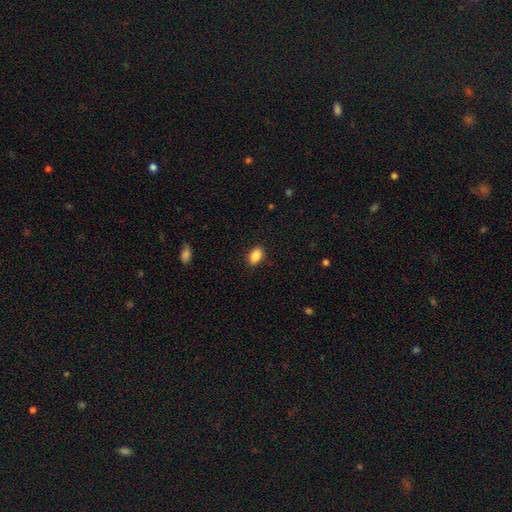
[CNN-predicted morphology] This appears to be a smooth galaxy with no disk features (88%) that is in between round and cigar-shaped (88%). Merging: none (88%).